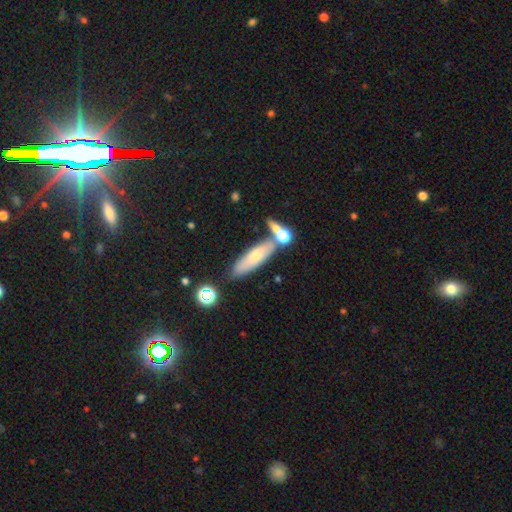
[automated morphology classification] smooth-or-featured: smooth: 63% | featured or disk: 29% | star or artifact: 9%
  how-rounded: cigar-shaped: 63% | in between: 34% | round: 3%
  merging: none: 67% | merger: 15% | minor disturbance: 13% | major disturbance: 4%